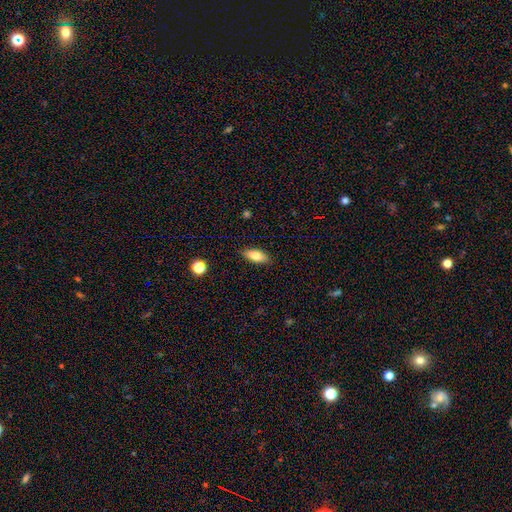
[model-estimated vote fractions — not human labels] This is likely a smooth galaxy (79%). How rounded: clearly in between (81%). Merging: clearly none (87%).